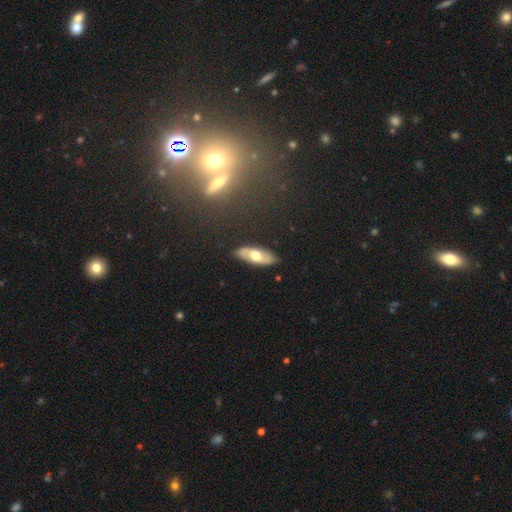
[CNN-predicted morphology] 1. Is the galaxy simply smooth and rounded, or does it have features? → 53% featured or disk, 41% smooth, 5% star or artifact.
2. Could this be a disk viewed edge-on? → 76% no, 24% yes.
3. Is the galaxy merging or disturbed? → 84% none, 12% minor disturbance, 3% major disturbance, 1% merger.